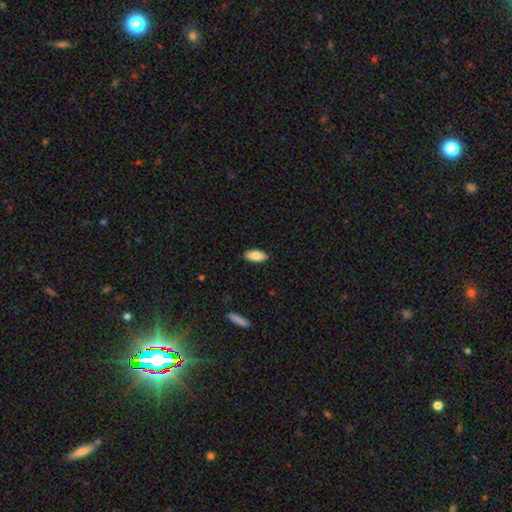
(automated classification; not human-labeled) A smooth galaxy with no disk features (87%) that is in between round and cigar-shaped (89%).

Vote fractions:
- Smooth or featured? smooth: 87% / featured or disk: 7% / star or artifact: 6%
- How rounded? in between: 89% / cigar-shaped: 9% / round: 2%
- Merging? none: 89% / minor disturbance: 8% / major disturbance: 2% / merger: 1%